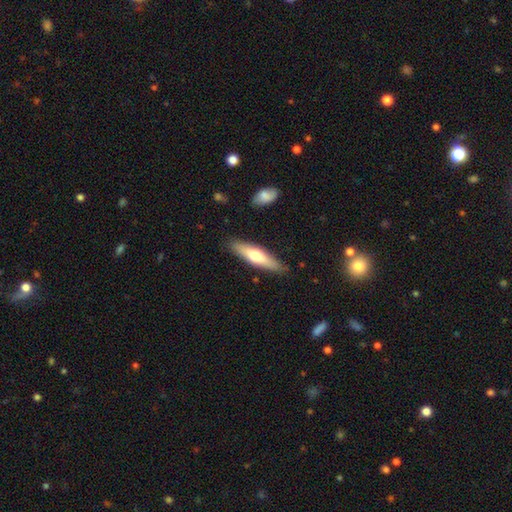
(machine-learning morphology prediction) Smooth or featured? smooth (55%)
How rounded? cigar-shaped (74%)
Merging? none (85%)